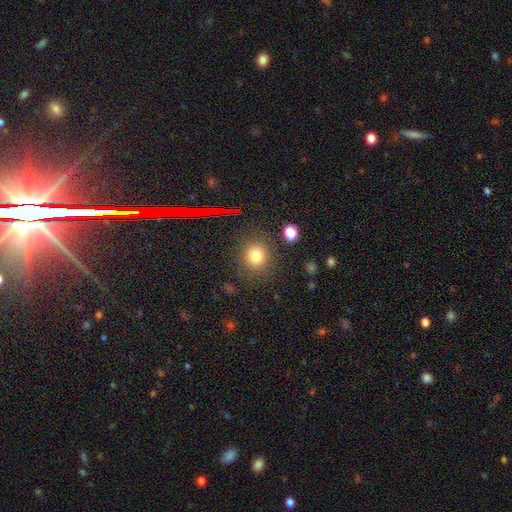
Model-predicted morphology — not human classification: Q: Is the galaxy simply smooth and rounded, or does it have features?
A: smooth — 76%.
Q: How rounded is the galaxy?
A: round — 78%.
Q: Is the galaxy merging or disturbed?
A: none — 84%.